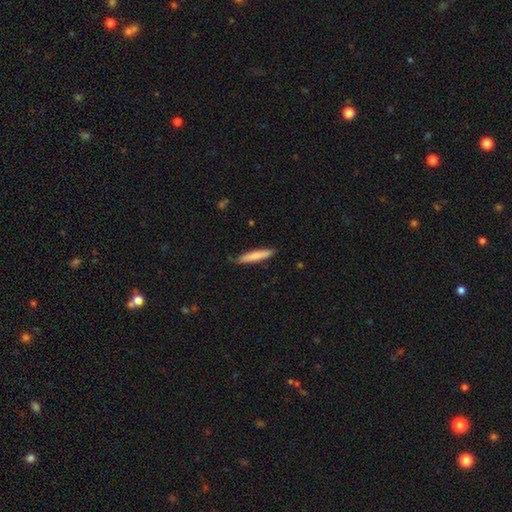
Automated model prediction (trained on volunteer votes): The model was most divided on "smooth or featured": smooth: 78%, featured or disk: 17%, star or artifact: 6%. More confident: how rounded — cigar-shaped (89%); merging — none (81%).